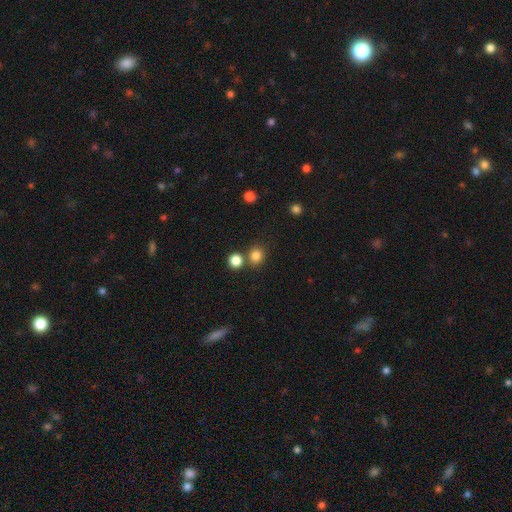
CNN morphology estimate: smooth-or-featured: smooth: 82% | star or artifact: 13% | featured or disk: 5%
  how-rounded: round: 82% | in between: 17% | cigar-shaped: 1%
  merging: none: 71% | merger: 18% | minor disturbance: 8% | major disturbance: 3%